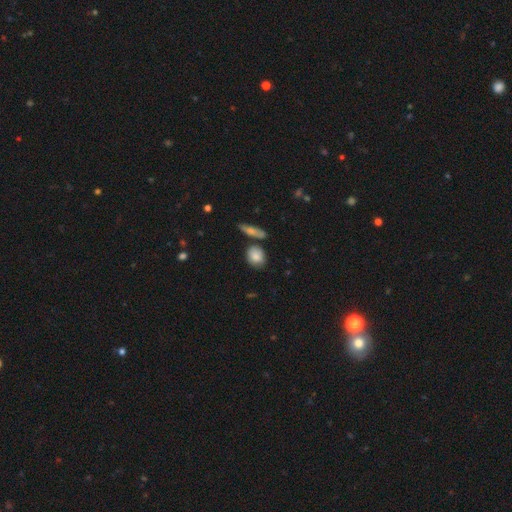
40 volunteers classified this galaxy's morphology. Q: Smooth or featured?
A: smooth (88%); runner-up: star or artifact (8%)
Q: How rounded?
A: in between (63%); runner-up: round (37%)
Q: Merging?
A: none (76%); runner-up: minor disturbance (19%)